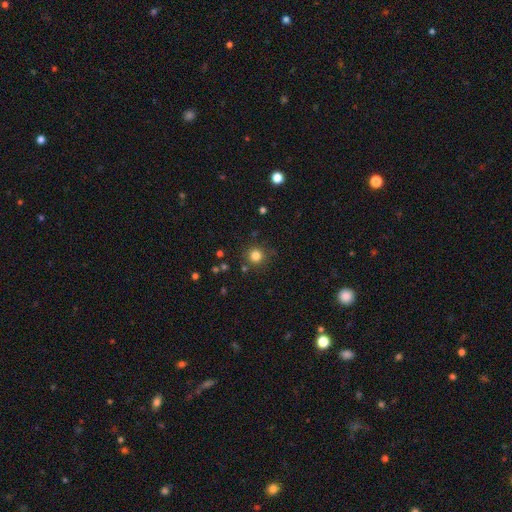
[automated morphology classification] A smooth galaxy with no disk features (81%) that is round (94%).

Vote fractions:
- Smooth or featured? smooth: 81% / star or artifact: 14% / featured or disk: 5%
- How rounded? round: 94% / in between: 5% / cigar-shaped: 1%
- Merging? none: 85% / minor disturbance: 8% / merger: 3% / major disturbance: 3%